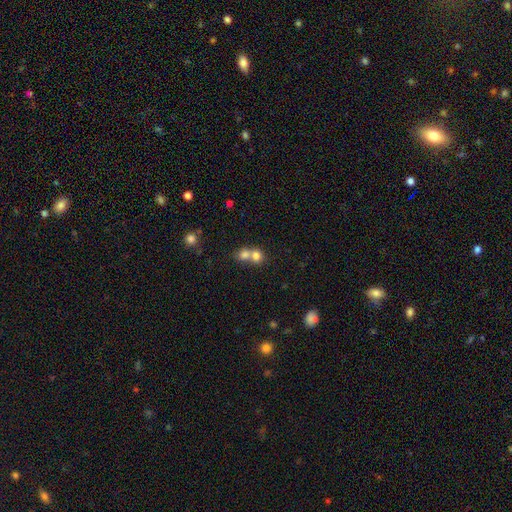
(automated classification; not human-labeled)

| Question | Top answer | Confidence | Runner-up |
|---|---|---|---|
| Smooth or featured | smooth | 76% | featured or disk (13%) |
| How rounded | round | 78% | in between (21%) |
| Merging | merger | 64% | none (29%) |